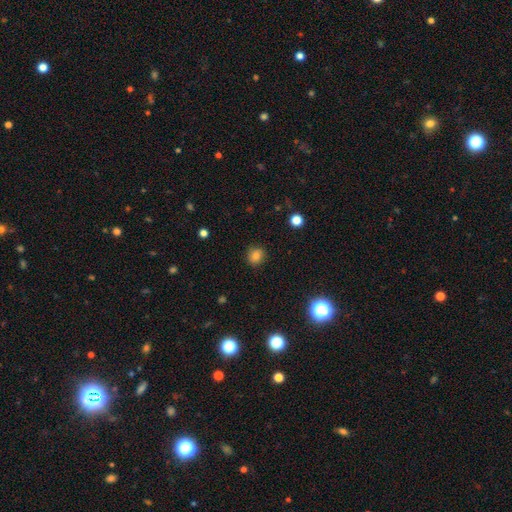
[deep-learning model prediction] This appears to be a smooth galaxy with no disk features (81%) that is round (86%). Merging: none (89%).